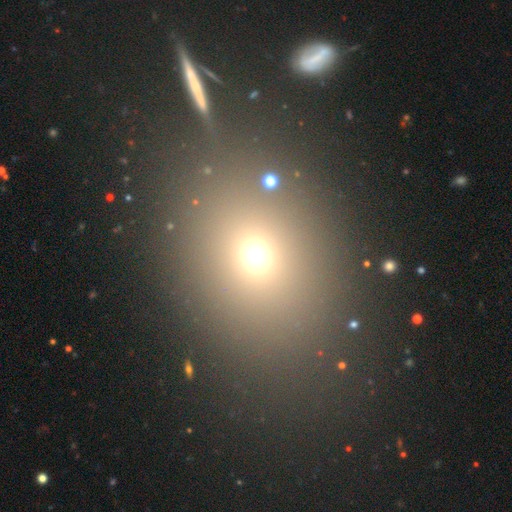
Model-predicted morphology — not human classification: type=smooth (66%); roundness=round (60%); merging=none (77%).